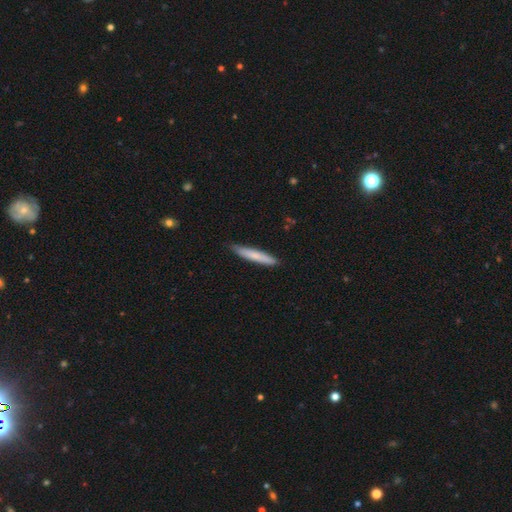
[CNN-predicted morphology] Smooth or featured: smooth — 74% (featured or disk — 20%)
How rounded: cigar-shaped — 94% (in between — 5%)
Merging: none — 86% (minor disturbance — 11%)